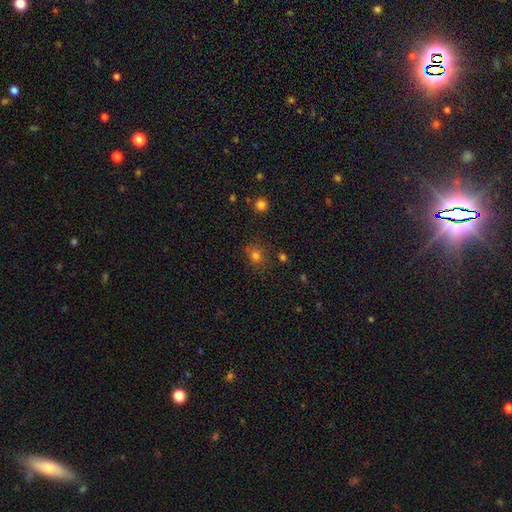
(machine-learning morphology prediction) Overall: smooth (72%). How rounded: round (75%). Merging: none (73%).